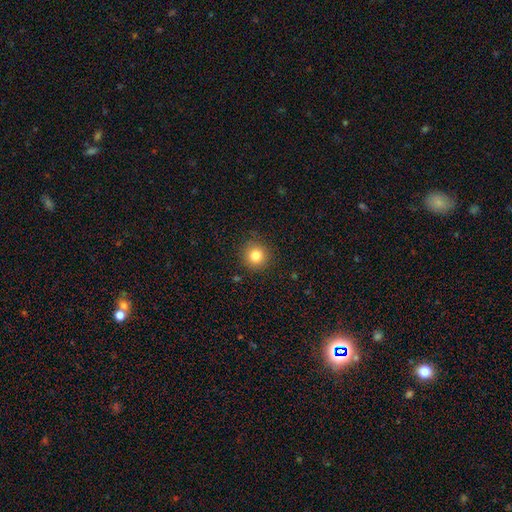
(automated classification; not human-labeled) A smooth galaxy with no disk features (82%) that is round (94%). Merging: none (89%).